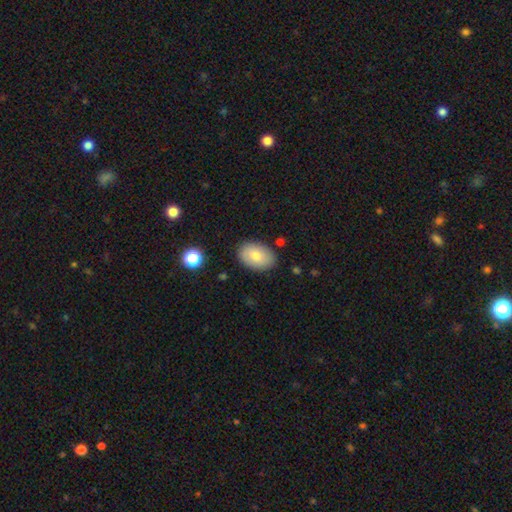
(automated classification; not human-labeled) Smooth or featured?
  - smooth: 76% *
  - featured or disk: 16%
  - star or artifact: 7%
How rounded?
  - in between: 86% *
  - round: 13%
  - cigar-shaped: 1%
Merging?
  - none: 85% *
  - minor disturbance: 11%
  - major disturbance: 2%
  - merger: 2%